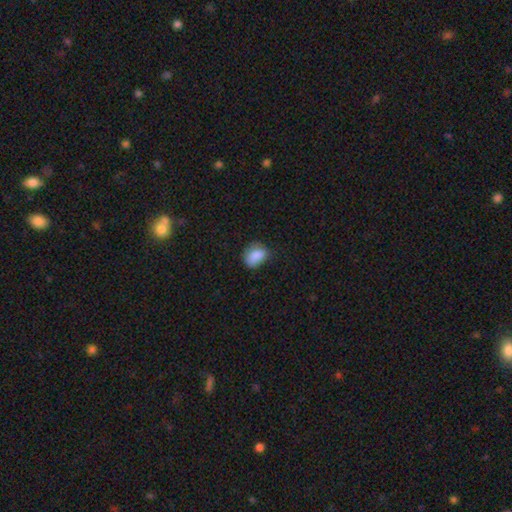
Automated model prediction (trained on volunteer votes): smooth_or_featured: smooth (p=0.85) [alt: star or artifact p=0.09]
how_rounded: in between (p=0.72) [alt: round p=0.27]
merging: none (p=0.57) [alt: minor disturbance p=0.32]